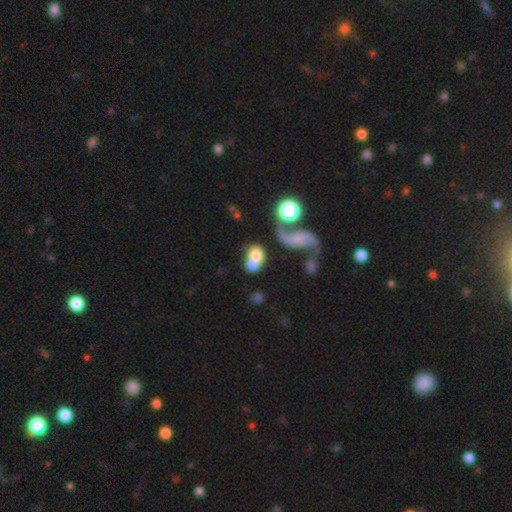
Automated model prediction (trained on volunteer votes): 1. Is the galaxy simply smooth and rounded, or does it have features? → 63% smooth, 27% featured or disk, 10% star or artifact.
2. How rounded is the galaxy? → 62% round, 36% in between, 2% cigar-shaped.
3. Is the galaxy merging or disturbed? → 59% merger, 24% none, 9% major disturbance, 8% minor disturbance.